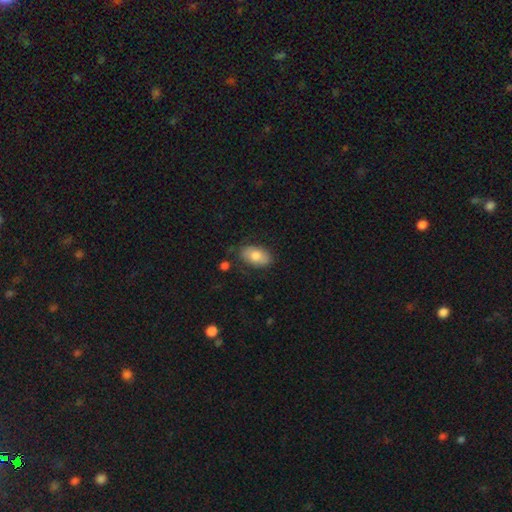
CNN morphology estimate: This is likely a smooth galaxy (76%). How rounded: clearly in between (90%). Merging: likely none (74%).